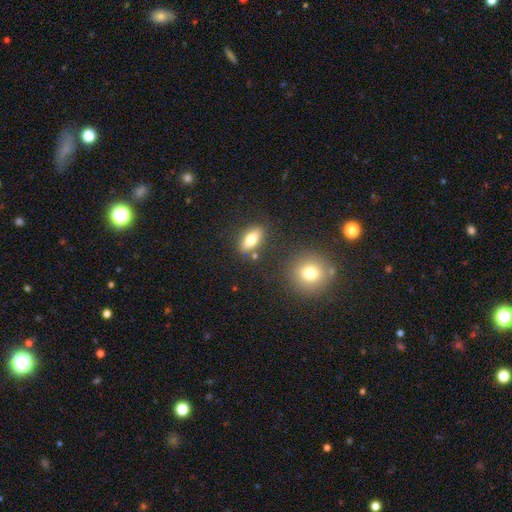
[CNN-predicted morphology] A smooth galaxy with no disk features (58%) that is in between round and cigar-shaped (59%). Merging: none (83%).